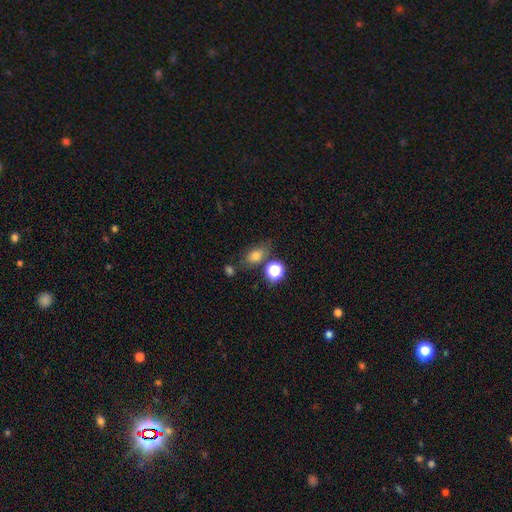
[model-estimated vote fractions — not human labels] smooth 75%, star or artifact 16%, featured or disk 10%. Down the decision tree: how rounded — in between (73%); merging — none (65%).